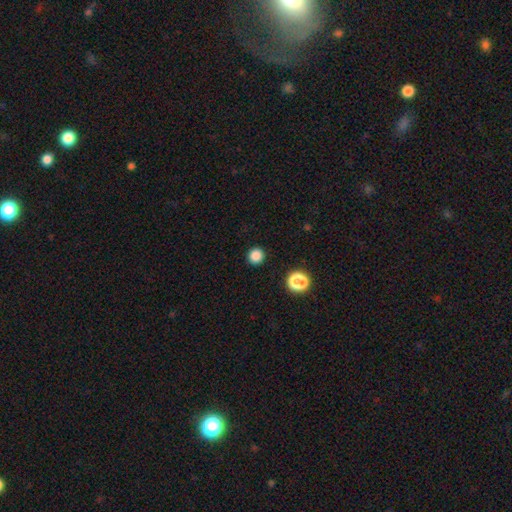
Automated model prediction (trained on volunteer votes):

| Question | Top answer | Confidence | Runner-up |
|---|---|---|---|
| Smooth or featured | smooth | 85% | star or artifact (12%) |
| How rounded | round | 94% | in between (5%) |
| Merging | none | 92% | minor disturbance (5%) |